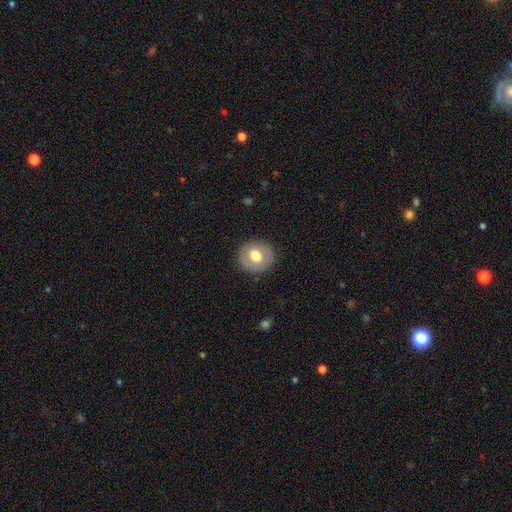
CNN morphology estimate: The model was most divided on "smooth or featured": smooth: 62%, featured or disk: 31%, star or artifact: 7%. More confident: merging — none (86%); how rounded — round (80%).